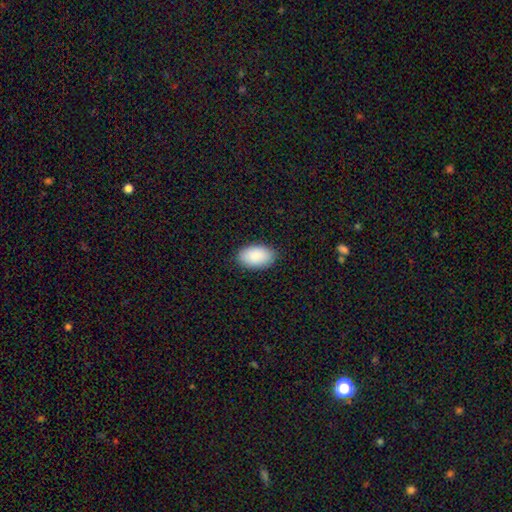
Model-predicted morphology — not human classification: Smooth or featured? smooth (90%)
How rounded? in between (95%)
Merging? none (88%)